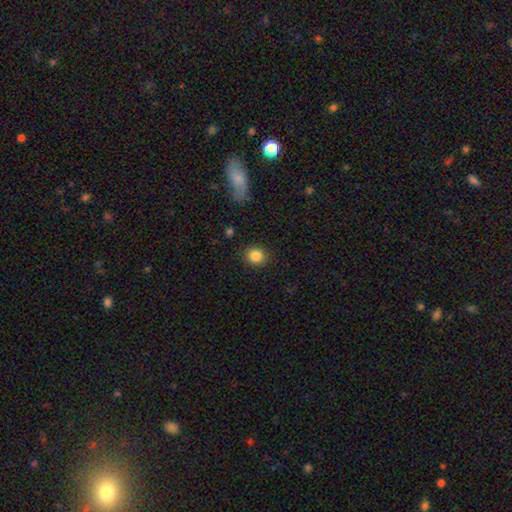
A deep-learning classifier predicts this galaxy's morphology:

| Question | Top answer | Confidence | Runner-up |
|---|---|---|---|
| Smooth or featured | smooth | 86% | star or artifact (10%) |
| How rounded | round | 81% | in between (18%) |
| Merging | none | 88% | minor disturbance (8%) |